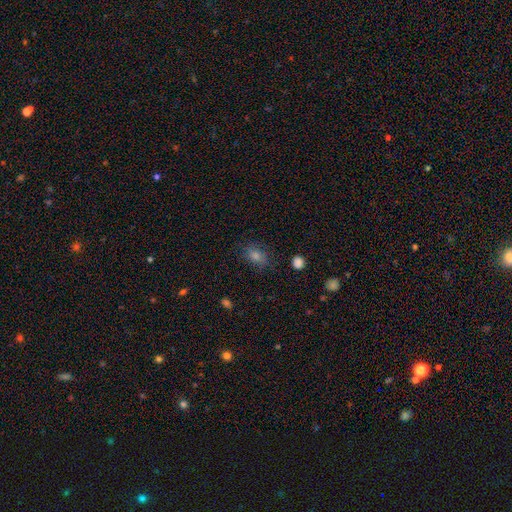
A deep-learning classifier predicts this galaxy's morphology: Q: Smooth or featured?
A: smooth (65%); runner-up: star or artifact (22%)
Q: How rounded?
A: in between (69%); runner-up: round (29%)
Q: Merging?
A: none (79%); runner-up: minor disturbance (15%)